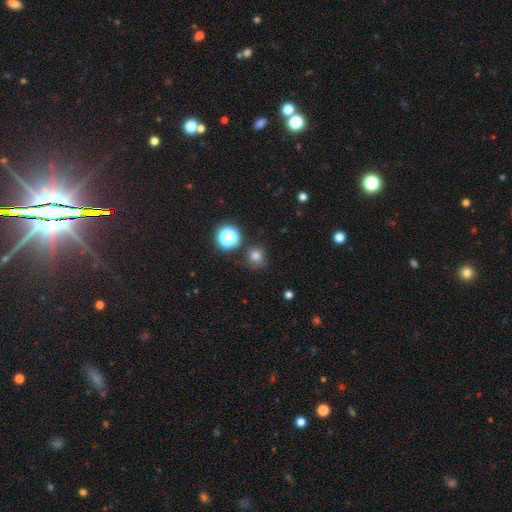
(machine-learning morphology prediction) A smooth galaxy with no disk features (73%) that is round (86%).

Vote fractions:
- Smooth or featured? smooth: 73% / star or artifact: 20% / featured or disk: 7%
- How rounded? round: 86% / in between: 13% / cigar-shaped: 1%
- Merging? none: 72% / minor disturbance: 17% / major disturbance: 6% / merger: 5%